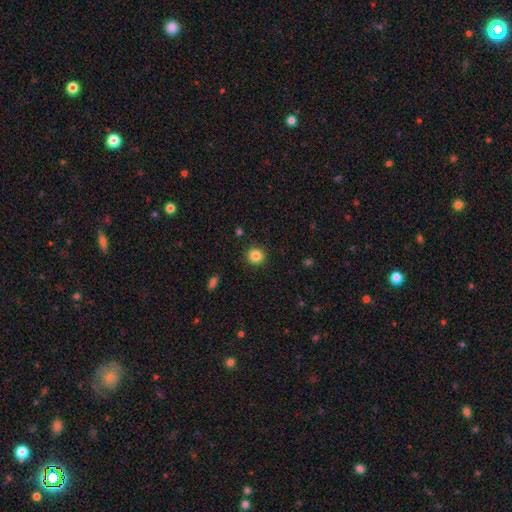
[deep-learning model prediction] Overall: smooth (85%). How rounded: round (92%). Merging: none (92%).